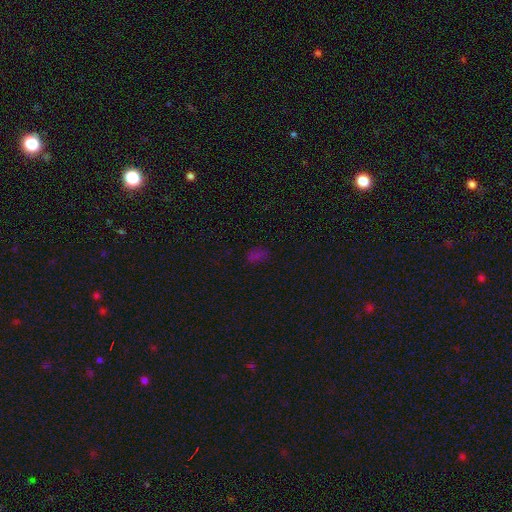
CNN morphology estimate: This is possibly a smooth galaxy (56%). How rounded: clearly in between (82%). Merging: likely none (75%).